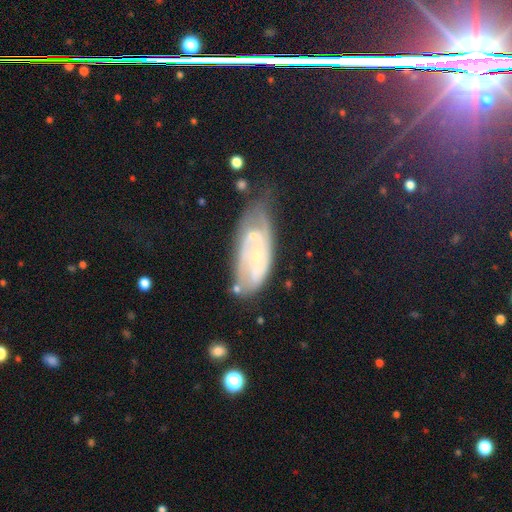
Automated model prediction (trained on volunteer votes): A featured or disk galaxy (71%) with no bar (61%), can't tell (41%, tied with 2) tight (52%) spiral arms (81%) and a small central bulge (74%).

Vote fractions:
- Smooth or featured? featured or disk: 71% / smooth: 19% / star or artifact: 10%
- Edge-on disk? no: 91% / yes: 9%
- Bar? no: 61% / weak: 31% / strong: 8%
- Spiral arms? yes: 81% / no: 19%
- Spiral winding? tight: 52% / medium: 36% / loose: 12%
- Spiral arm count? can't tell: 41% (tied) / 2: 41% (tied) / 3: 8% / 1: 5% / 4: 3% / more than 4: 3%
- Bulge size? small: 74% / moderate: 19% / none: 5% / large: 1% / dominant: 1%
- Merging? none: 45% / minor disturbance: 31% / major disturbance: 17% / merger: 7%